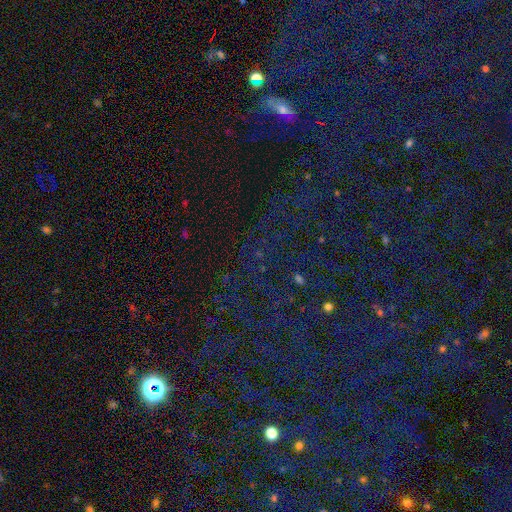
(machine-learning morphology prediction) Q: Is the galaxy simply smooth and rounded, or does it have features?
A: star or artifact — 82%.